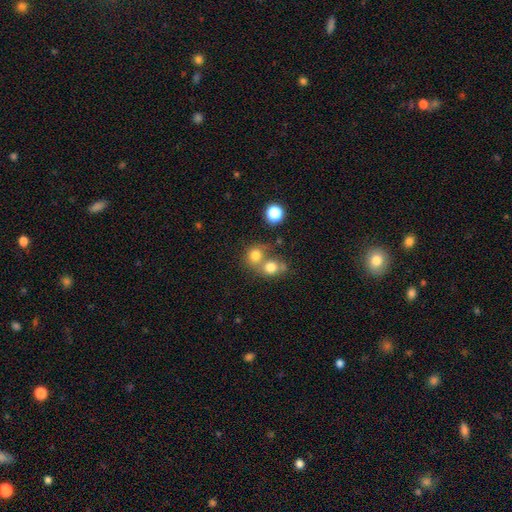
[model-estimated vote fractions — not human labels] Morphology: type=smooth (76%); roundness=round (78%); merging=merger (52%).